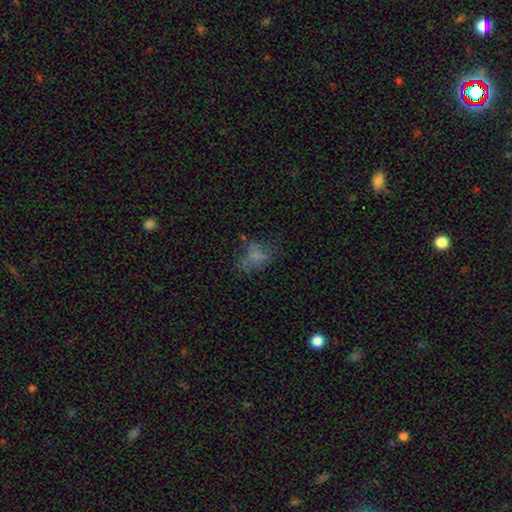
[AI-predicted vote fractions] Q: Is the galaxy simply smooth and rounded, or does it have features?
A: smooth — 61%.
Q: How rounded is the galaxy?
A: in between — 72%.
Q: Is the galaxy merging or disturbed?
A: none — 45%.